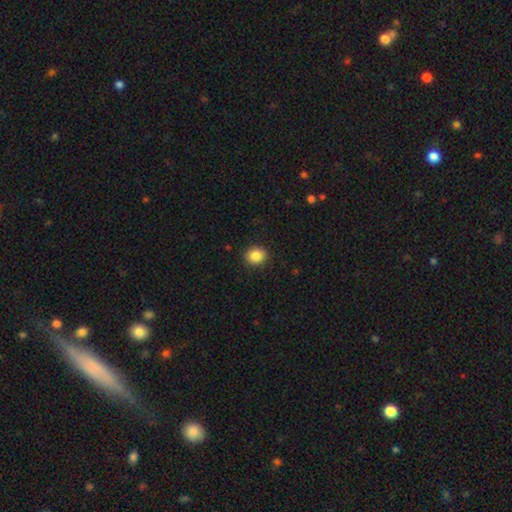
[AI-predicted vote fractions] This is clearly a smooth galaxy (86%). How rounded: likely round (76%). Merging: clearly none (91%).